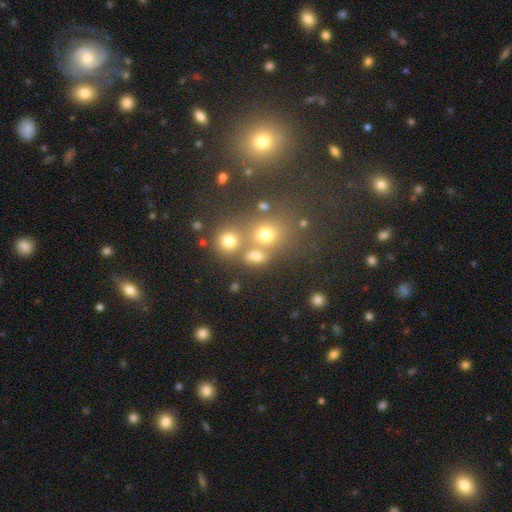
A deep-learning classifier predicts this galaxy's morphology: Smooth or featured?
  - smooth: 70% *
  - star or artifact: 20%
  - featured or disk: 11%
How rounded?
  - round: 55% *
  - in between: 43%
  - cigar-shaped: 3%
Merging?
  - none: 55% *
  - merger: 28%
  - minor disturbance: 10%
  - major disturbance: 6%